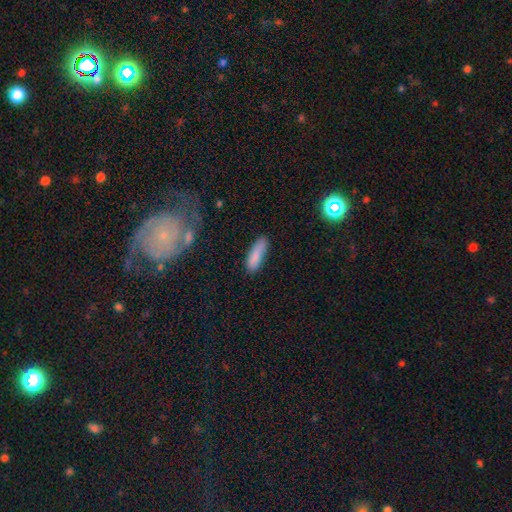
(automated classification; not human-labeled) A smooth galaxy with no disk features (85%) that is in between round and cigar-shaped (53%). Merging: none (72%).